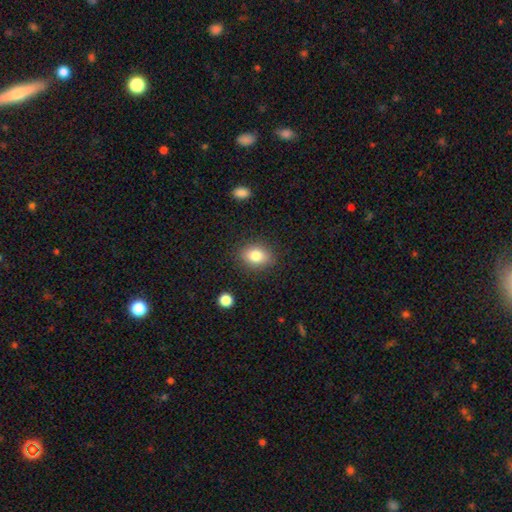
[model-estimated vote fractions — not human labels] This is clearly a smooth galaxy (81%). How rounded: likely in between (68%). Merging: clearly none (86%).